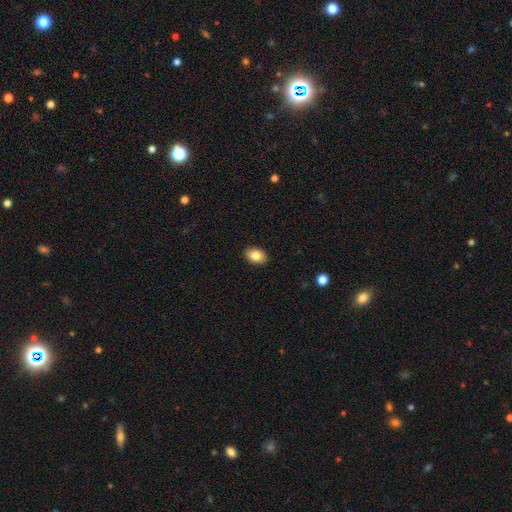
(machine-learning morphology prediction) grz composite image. It shows a smooth galaxy with no disk features (84%) that is in between round and cigar-shaped (83%). Merging: none (90%).